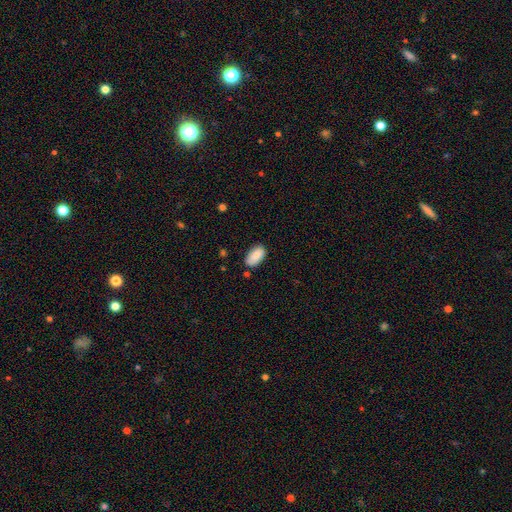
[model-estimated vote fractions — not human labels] Smooth or featured: smooth — 87% (featured or disk — 7%)
How rounded: in between — 94% (round — 3%)
Merging: none — 77% (minor disturbance — 18%)